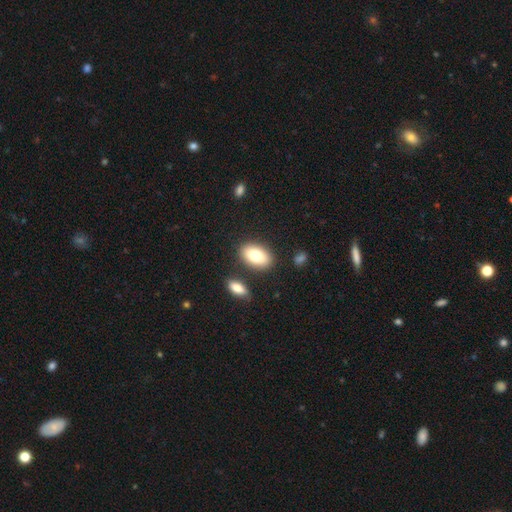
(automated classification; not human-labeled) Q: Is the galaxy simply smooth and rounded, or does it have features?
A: smooth — 79%.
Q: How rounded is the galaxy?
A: in between — 91%.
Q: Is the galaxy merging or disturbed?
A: none — 81%.